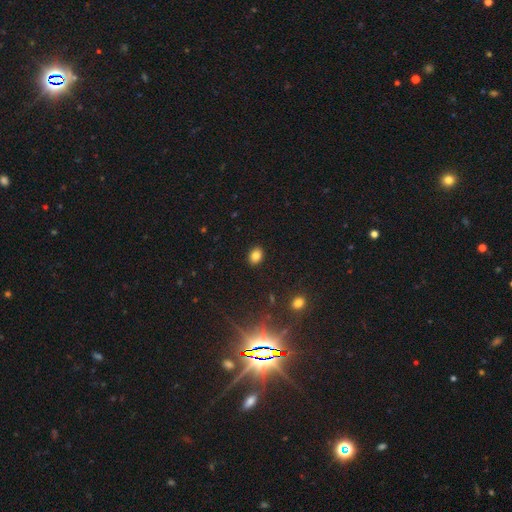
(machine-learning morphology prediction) A smooth galaxy with no disk features (83%) that is in between round and cigar-shaped (61%). Merging: none (90%).